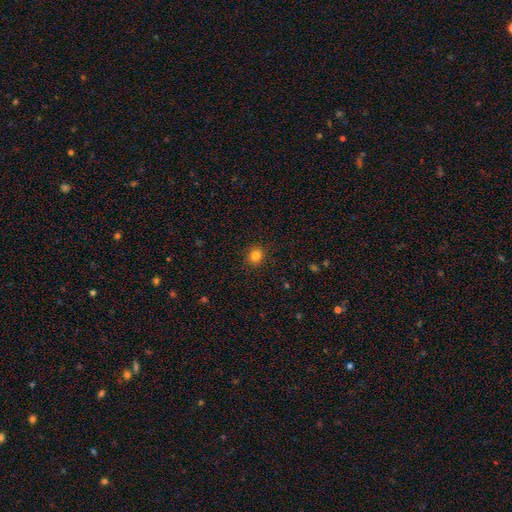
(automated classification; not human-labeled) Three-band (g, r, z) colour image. It shows a smooth galaxy with no disk features (83%) that is round (79%). Merging: none (91%).